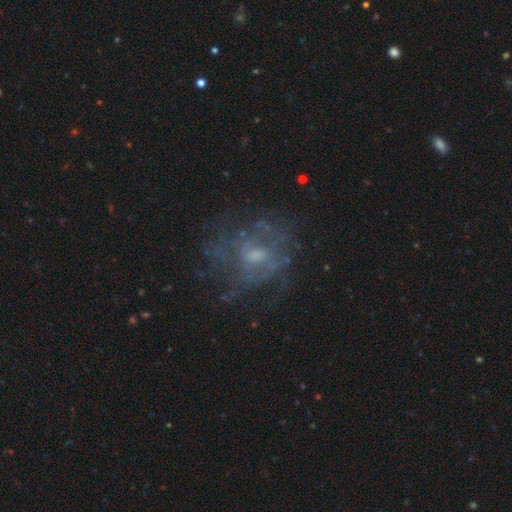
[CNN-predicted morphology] smooth-or-featured: featured or disk: 66% | smooth: 20% | star or artifact: 14%
  disk-edge-on: no: 97% | yes: 3%
    bar: no: 64% | weak: 31% | strong: 5%
    has-spiral-arms: no: 55% | yes: 45%
    bulge-size: moderate: 44% | small: 39% | none: 12% | large: 4% | dominant: 1%
  merging: none: 57% | major disturbance: 22% | minor disturbance: 18% | merger: 2%